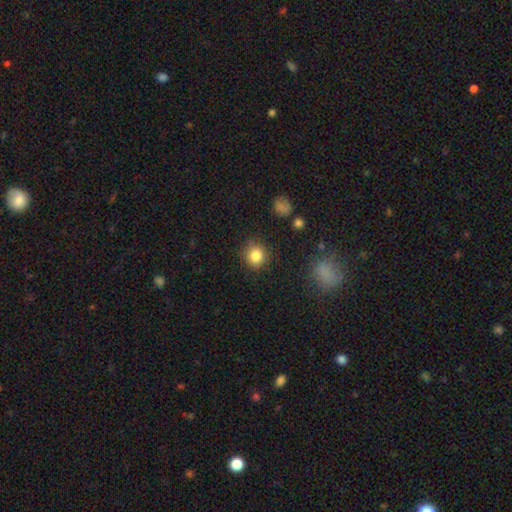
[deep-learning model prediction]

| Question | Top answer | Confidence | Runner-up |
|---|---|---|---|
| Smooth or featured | smooth | 83% | star or artifact (11%) |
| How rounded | round | 87% | in between (12%) |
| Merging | none | 86% | minor disturbance (10%) |